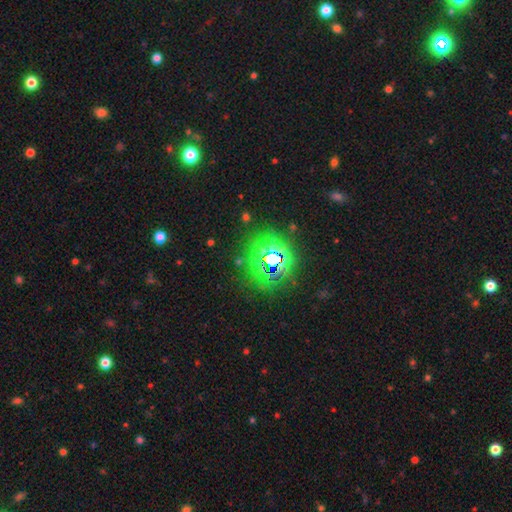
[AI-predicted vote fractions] A star or artifact, not a galaxy (80%).